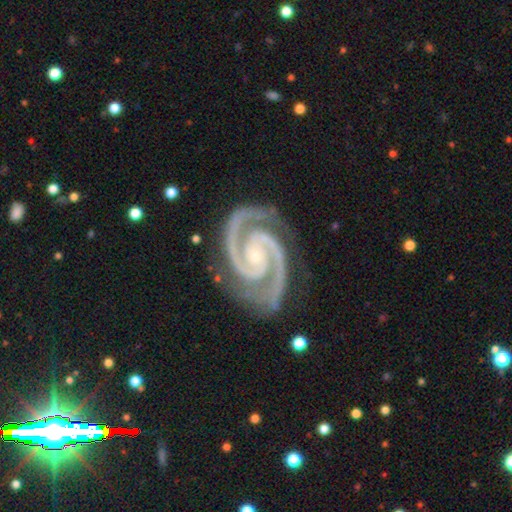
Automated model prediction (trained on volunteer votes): This is clearly a featured or disk galaxy (95%). It is clearly not viewed edge-on (99%). Bar: likely no (64%). Spiral arm pattern: clearly yes (99%). Spiral arm count: clearly 2 (94%). Spiral winding: likely tight (62%). Central bulge: clearly small (82%). Merging: clearly none (83%).